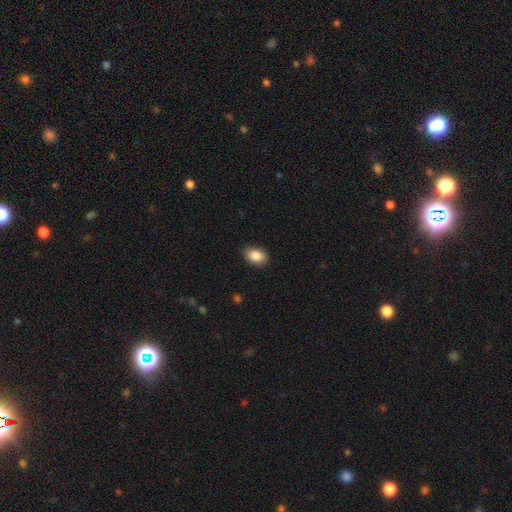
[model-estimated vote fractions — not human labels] Morphology: type=smooth (87%); roundness=in between (82%); merging=none (88%).